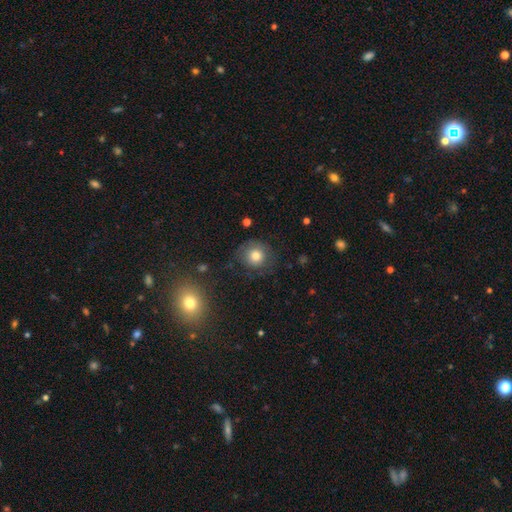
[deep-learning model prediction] Smooth or featured: smooth — 76% (featured or disk — 13%)
How rounded: round — 90% (in between — 9%)
Merging: none — 74% (minor disturbance — 16%)